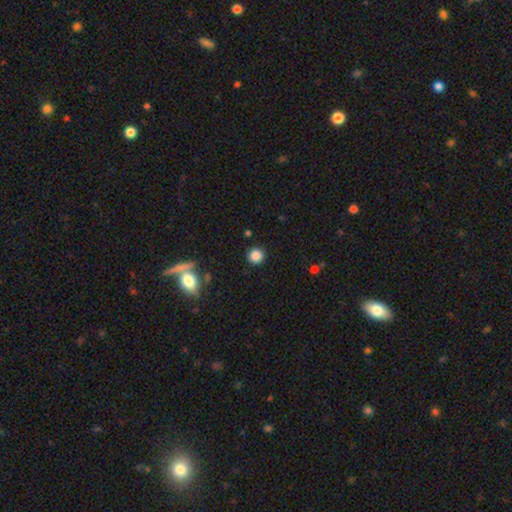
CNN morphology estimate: Smooth or featured? smooth (85%)
How rounded? round (93%)
Merging? none (90%)